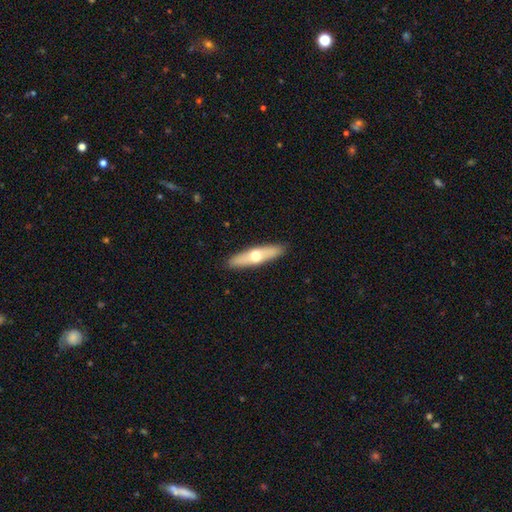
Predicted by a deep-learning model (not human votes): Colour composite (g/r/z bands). It shows a smooth galaxy with no disk features (50%) that is cigar-shaped (71%). Merging: none (89%).